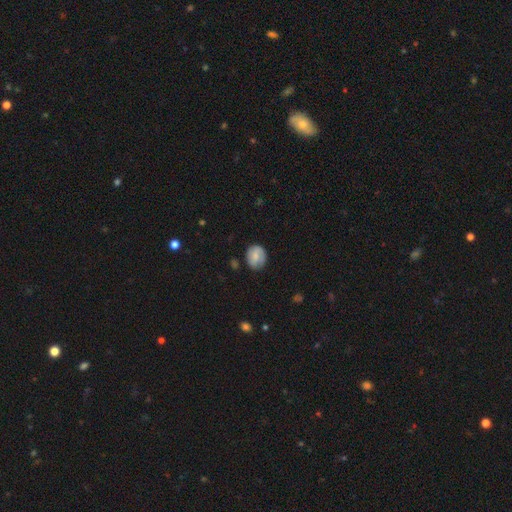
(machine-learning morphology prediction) A smooth galaxy with no disk features (70%) that is round (69%). Merging: none (73%).